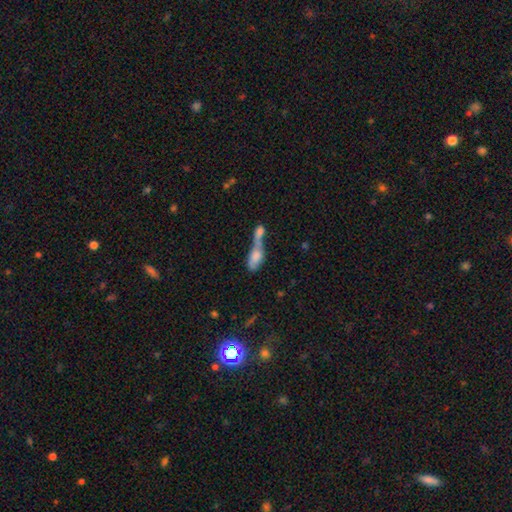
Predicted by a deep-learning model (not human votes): A smooth galaxy with no disk features (72%) that is in between round and cigar-shaped (76%).

Vote fractions:
- Smooth or featured? smooth: 72% / featured or disk: 20% / star or artifact: 8%
- How rounded? in between: 76% / cigar-shaped: 19% / round: 6%
- Merging? merger: 78% / none: 10% / major disturbance: 7% / minor disturbance: 5%